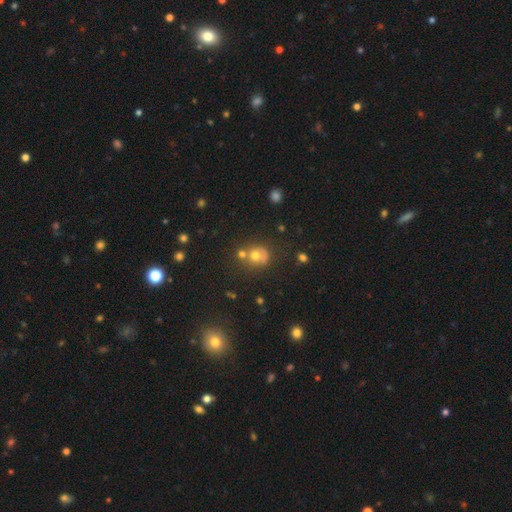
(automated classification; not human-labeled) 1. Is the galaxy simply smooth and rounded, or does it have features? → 63% smooth, 20% featured or disk, 17% star or artifact.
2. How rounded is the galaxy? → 76% round, 23% in between, 1% cigar-shaped.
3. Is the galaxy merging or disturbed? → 43% none, 32% merger, 15% minor disturbance, 9% major disturbance.